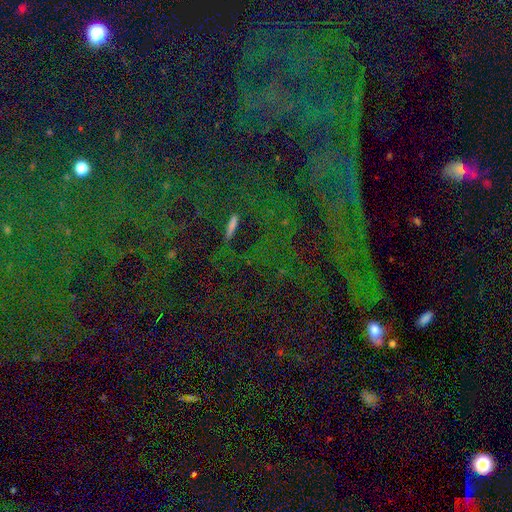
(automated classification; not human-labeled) A star or artifact, not a galaxy (80%).